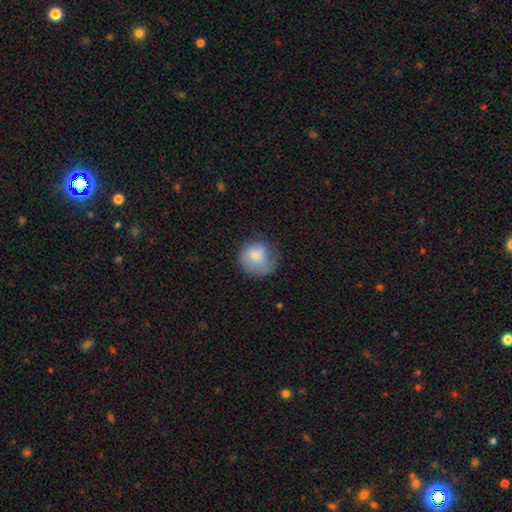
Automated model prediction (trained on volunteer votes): Smooth or featured?
  - smooth: 72% *
  - featured or disk: 20%
  - star or artifact: 8%
How rounded?
  - round: 80% *
  - in between: 19%
  - cigar-shaped: 1%
Merging?
  - none: 48% *
  - minor disturbance: 30%
  - major disturbance: 20%
  - merger: 2%